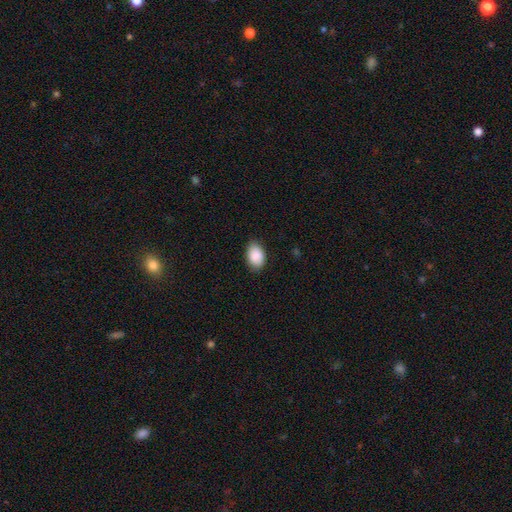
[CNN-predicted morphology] Smooth or featured: smooth — 89% (star or artifact — 7%)
How rounded: in between — 88% (round — 11%)
Merging: none — 84% (minor disturbance — 13%)